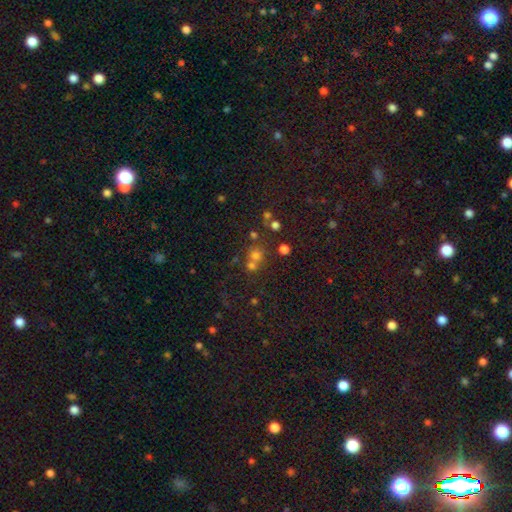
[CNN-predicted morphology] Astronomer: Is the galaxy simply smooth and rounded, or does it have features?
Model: smooth — 62%.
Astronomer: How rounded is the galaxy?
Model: round — 87%.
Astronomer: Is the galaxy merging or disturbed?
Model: none — 53% (runner-up: merger, 37%).